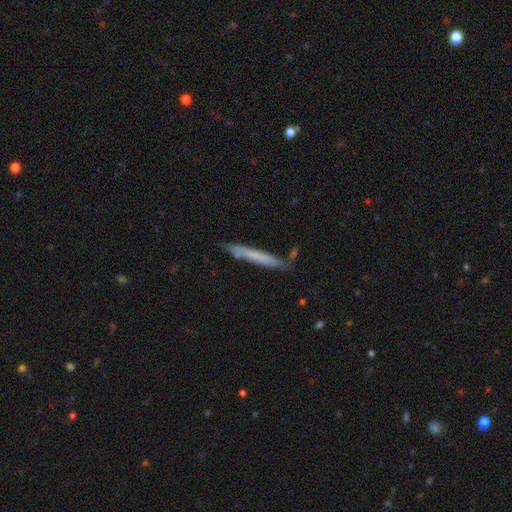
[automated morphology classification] smooth 58%, featured or disk 35%, star or artifact 6%. Down the decision tree: how rounded — cigar-shaped (96%); merging — none (78%).